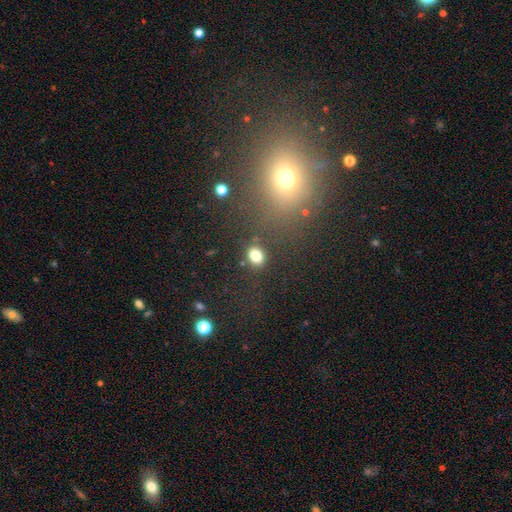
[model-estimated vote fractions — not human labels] This is clearly a smooth galaxy (82%). How rounded: likely in between (62%). Merging: clearly none (81%).